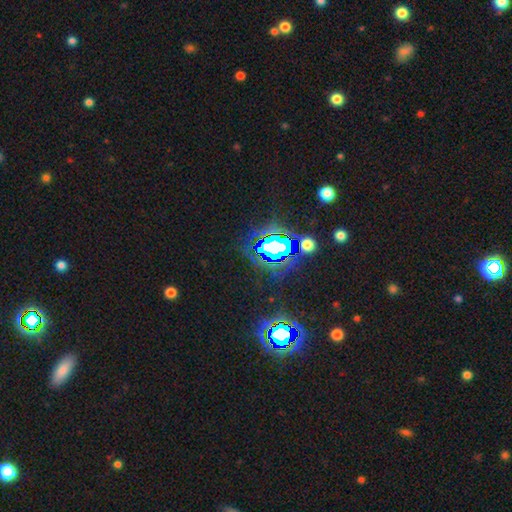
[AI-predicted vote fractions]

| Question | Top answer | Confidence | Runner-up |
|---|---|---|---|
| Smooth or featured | star or artifact | 83% | smooth (10%) |